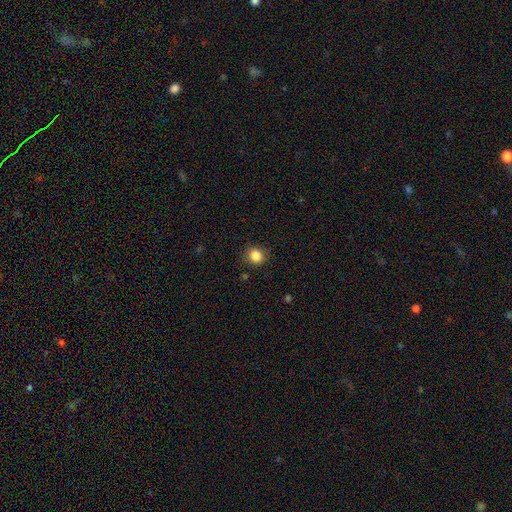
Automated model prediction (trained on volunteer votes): Q: Smooth or featured?
A: smooth (85%); runner-up: star or artifact (11%)
Q: How rounded?
A: round (80%); runner-up: in between (20%)
Q: Merging?
A: none (84%); runner-up: minor disturbance (11%)